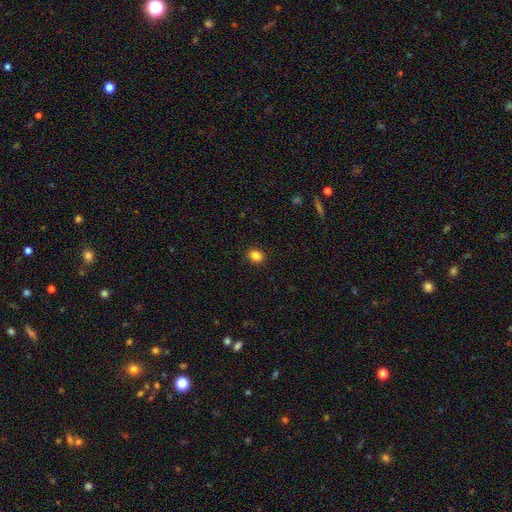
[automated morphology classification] type=smooth (86%); roundness=round (60%); merging=none (91%).